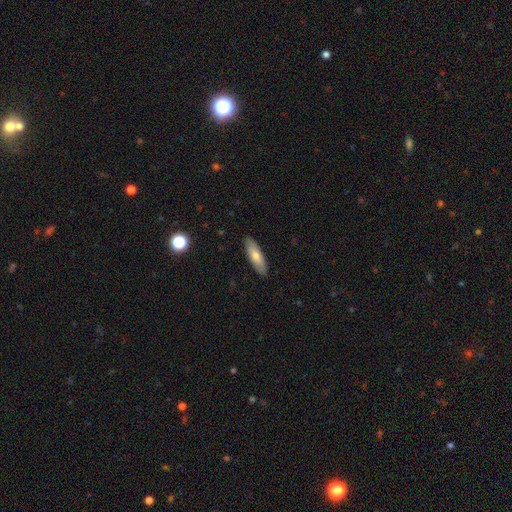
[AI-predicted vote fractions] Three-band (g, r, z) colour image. It shows a smooth galaxy with no disk features (67%) that is in between round and cigar-shaped (53%). Merging: none (89%).